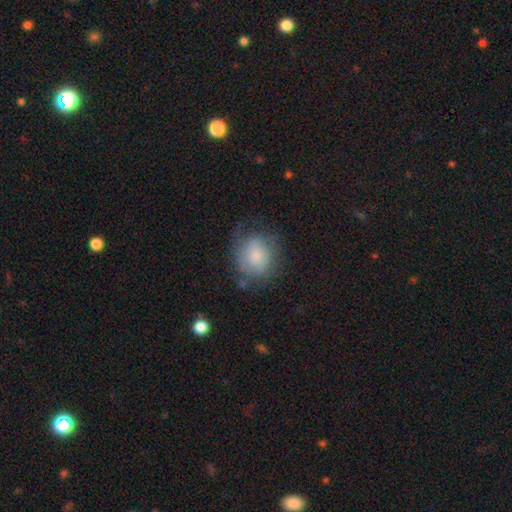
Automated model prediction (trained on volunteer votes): Smooth or featured?
  - smooth: 65% *
  - featured or disk: 27%
  - star or artifact: 8%
How rounded?
  - round: 75% *
  - in between: 24%
  - cigar-shaped: 1%
Merging?
  - none: 55% *
  - minor disturbance: 27%
  - major disturbance: 15%
  - merger: 2%